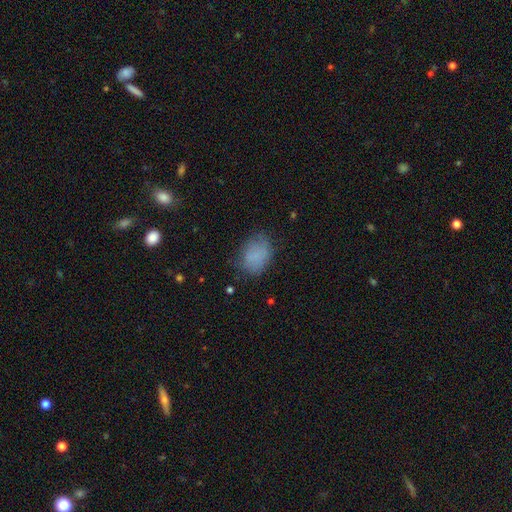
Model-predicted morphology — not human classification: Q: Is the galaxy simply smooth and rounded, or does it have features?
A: smooth — 80%.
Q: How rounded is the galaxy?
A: in between — 70%.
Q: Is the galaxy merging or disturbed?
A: none — 66%.